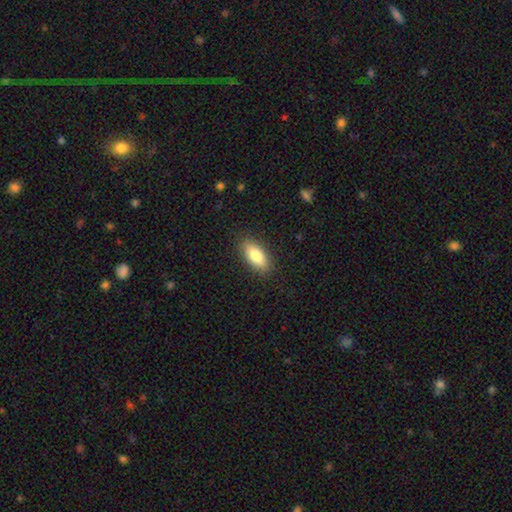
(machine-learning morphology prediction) smooth 81%, featured or disk 13%, star or artifact 6%. Down the decision tree: how rounded — in between (79%); merging — none (88%).